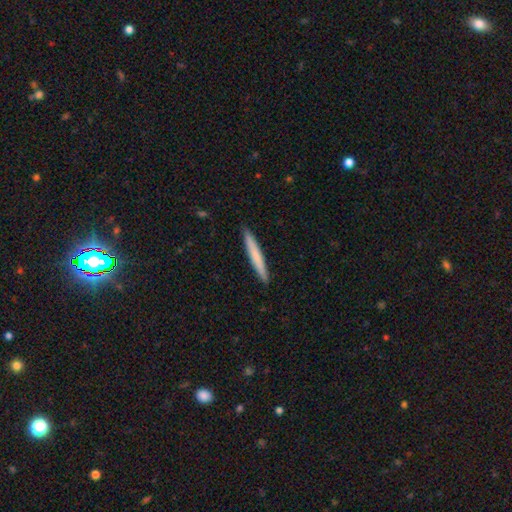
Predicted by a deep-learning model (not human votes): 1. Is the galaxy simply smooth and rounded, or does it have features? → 70% smooth, 24% featured or disk, 5% star or artifact.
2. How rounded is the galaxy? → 96% cigar-shaped, 2% in between, 1% round.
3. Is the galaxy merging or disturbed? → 92% none, 6% minor disturbance, 1% major disturbance, 1% merger.